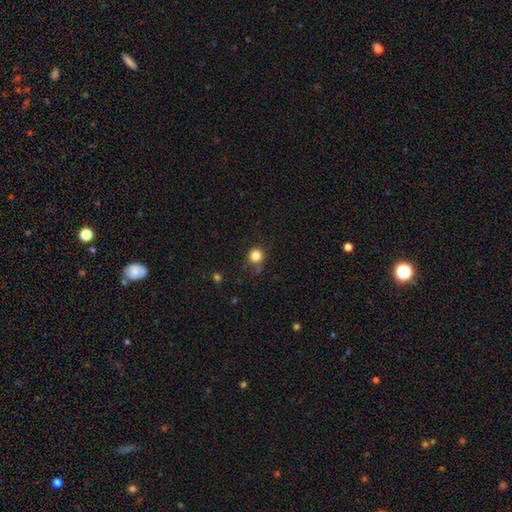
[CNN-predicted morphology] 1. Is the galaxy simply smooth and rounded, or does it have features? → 83% smooth, 12% star or artifact, 5% featured or disk.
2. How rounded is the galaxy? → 91% round, 8% in between, 1% cigar-shaped.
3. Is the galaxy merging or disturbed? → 75% none, 17% minor disturbance, 5% major disturbance, 4% merger.